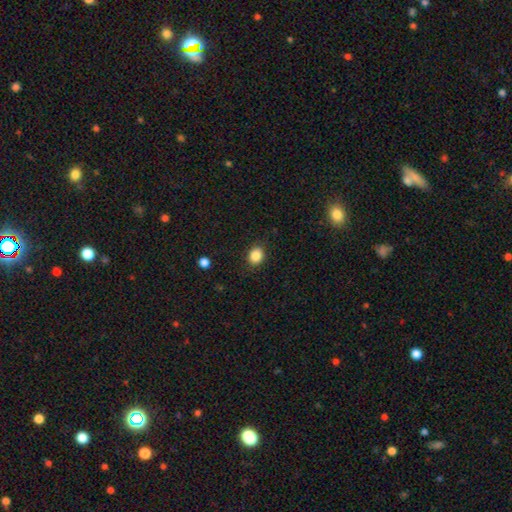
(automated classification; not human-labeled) Smooth or featured?
  - smooth: 86% *
  - star or artifact: 10%
  - featured or disk: 4%
How rounded?
  - round: 59% *
  - in between: 40%
  - cigar-shaped: 1%
Merging?
  - none: 87% *
  - minor disturbance: 9%
  - major disturbance: 3%
  - merger: 1%